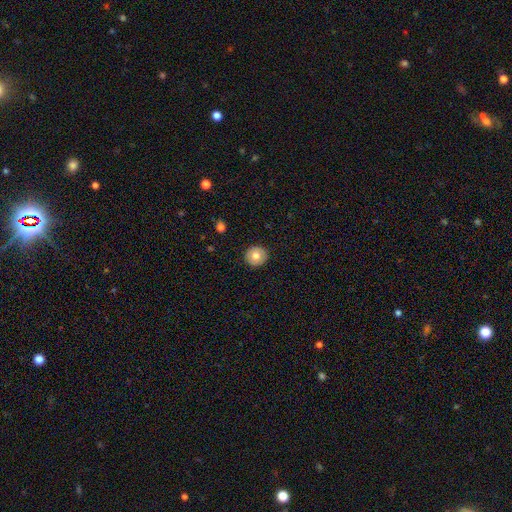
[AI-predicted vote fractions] A smooth galaxy with no disk features (77%) that is round (92%). Merging: none (92%).